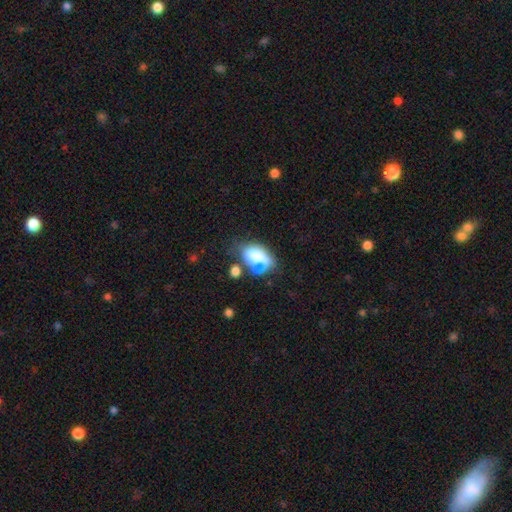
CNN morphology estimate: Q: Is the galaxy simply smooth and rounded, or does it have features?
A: smooth — 62%.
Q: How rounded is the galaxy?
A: in between — 85%.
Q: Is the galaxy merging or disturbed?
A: merger — 46%.